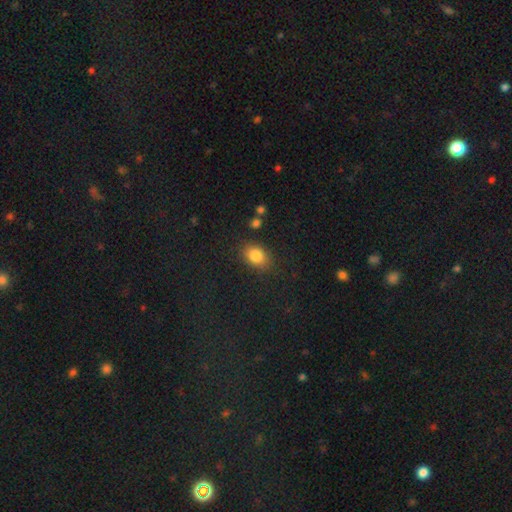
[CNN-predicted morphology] Q: Smooth or featured?
A: smooth (83%); runner-up: star or artifact (10%)
Q: How rounded?
A: in between (68%); runner-up: round (31%)
Q: Merging?
A: none (81%); runner-up: minor disturbance (13%)